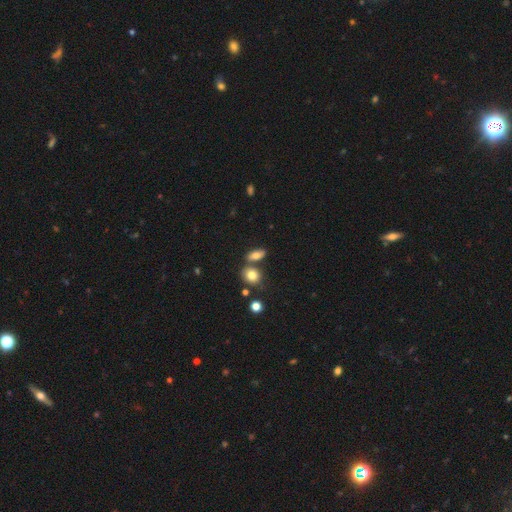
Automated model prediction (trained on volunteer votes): This is likely a smooth galaxy (77%). How rounded: likely in between (75%). Merging: likely none (63%).